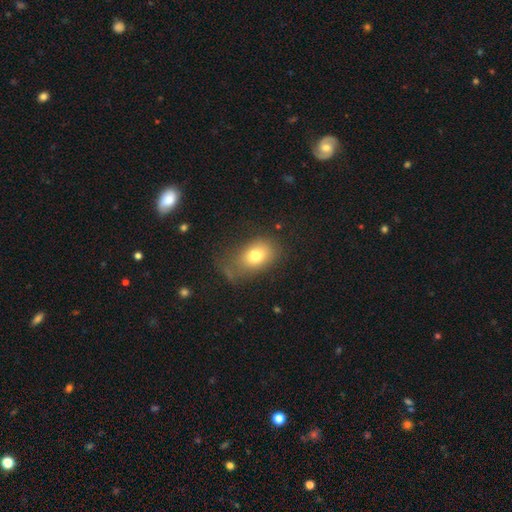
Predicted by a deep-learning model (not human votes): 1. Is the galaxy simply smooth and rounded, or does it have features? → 76% smooth, 14% featured or disk, 10% star or artifact.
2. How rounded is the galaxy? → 76% in between, 22% round, 1% cigar-shaped.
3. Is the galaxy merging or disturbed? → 48% none, 27% minor disturbance, 22% major disturbance, 3% merger.